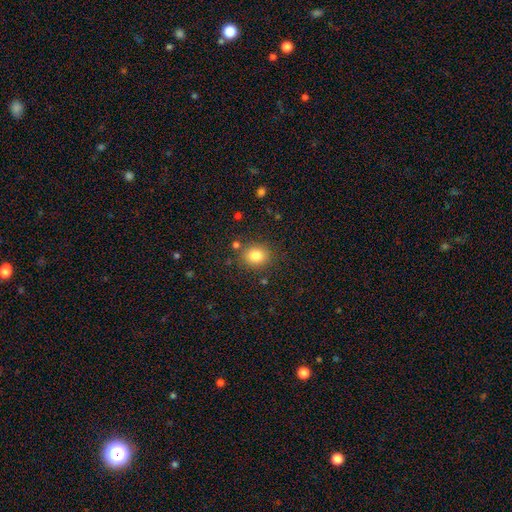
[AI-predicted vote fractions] Smooth or featured?
  - smooth: 82% *
  - star or artifact: 12%
  - featured or disk: 7%
How rounded?
  - round: 74% *
  - in between: 25%
  - cigar-shaped: 1%
Merging?
  - none: 84% *
  - minor disturbance: 9%
  - merger: 4%
  - major disturbance: 3%